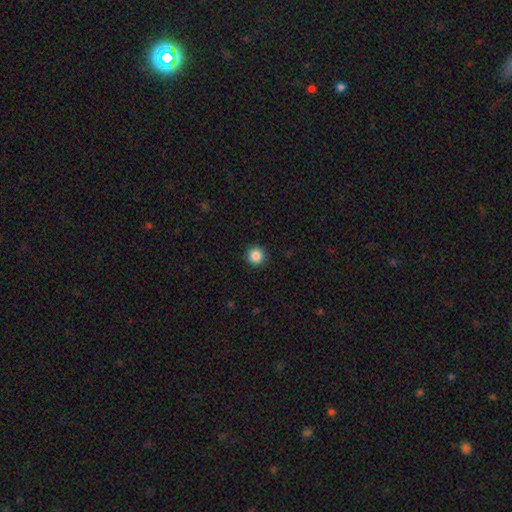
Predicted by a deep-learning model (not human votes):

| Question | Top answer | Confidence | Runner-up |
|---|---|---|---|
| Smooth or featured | smooth | 87% | star or artifact (10%) |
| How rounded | round | 95% | in between (4%) |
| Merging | none | 92% | minor disturbance (5%) |